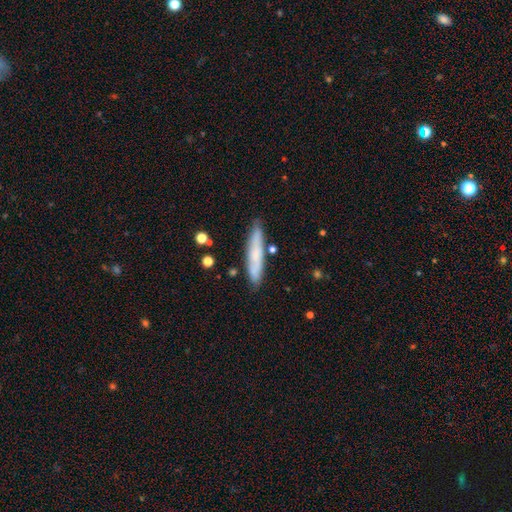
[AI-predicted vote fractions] Overall: smooth (63%; featured or disk 30%). How rounded: cigar-shaped (89%). Merging: none (82%).